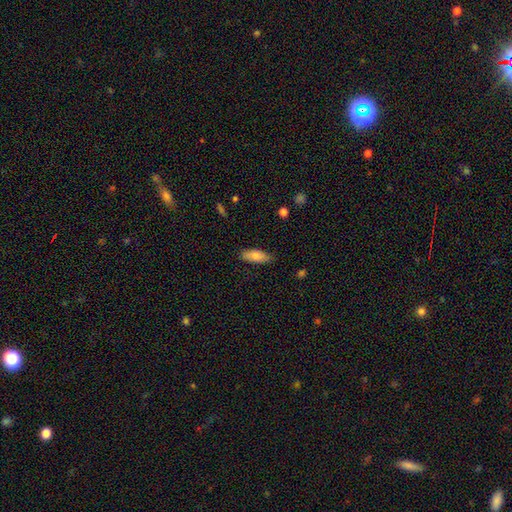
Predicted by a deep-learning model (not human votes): A smooth galaxy with no disk features (79%) that is in between round and cigar-shaped (79%).

Vote fractions:
- Smooth or featured? smooth: 79% / featured or disk: 14% / star or artifact: 6%
- How rounded? in between: 79% / cigar-shaped: 19% / round: 2%
- Merging? none: 81% / minor disturbance: 15% / major disturbance: 2% / merger: 1%